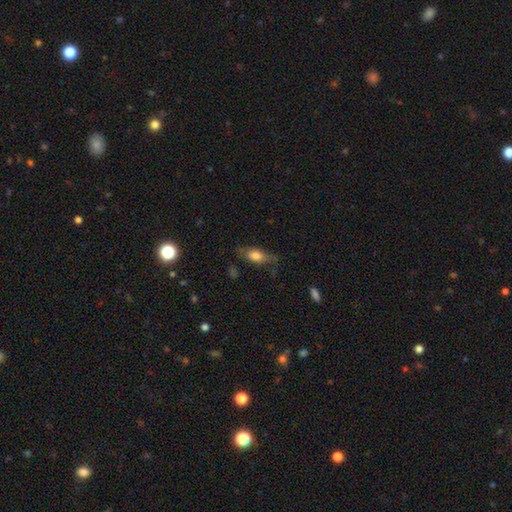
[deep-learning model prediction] Smooth or featured: smooth — 72% (featured or disk — 20%)
How rounded: in between — 76% (cigar-shaped — 18%)
Merging: none — 63% (minor disturbance — 26%)